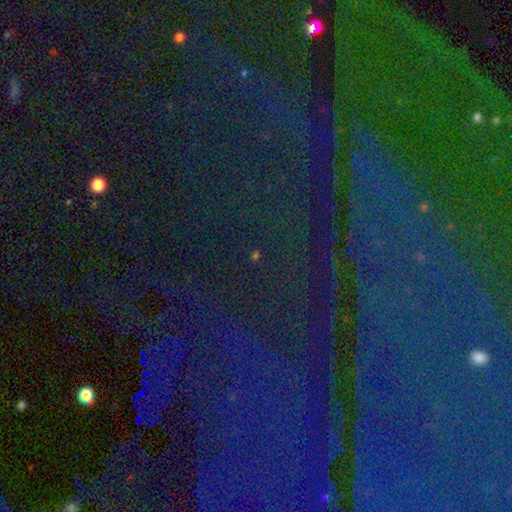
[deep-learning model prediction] This is likely a star or artifact rather than a galaxy (74%).